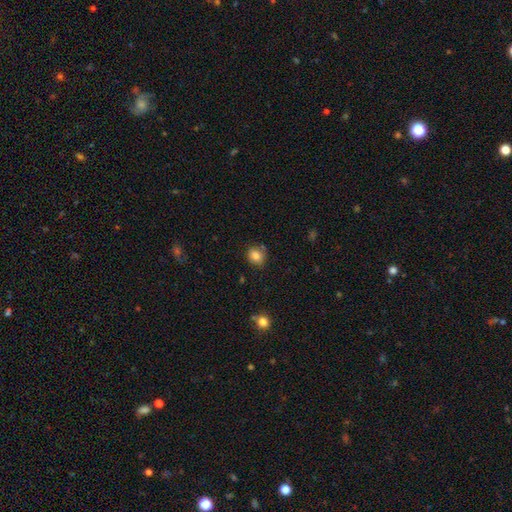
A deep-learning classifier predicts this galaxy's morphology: This is clearly a smooth galaxy (81%). How rounded: likely round (78%). Merging: likely none (73%).